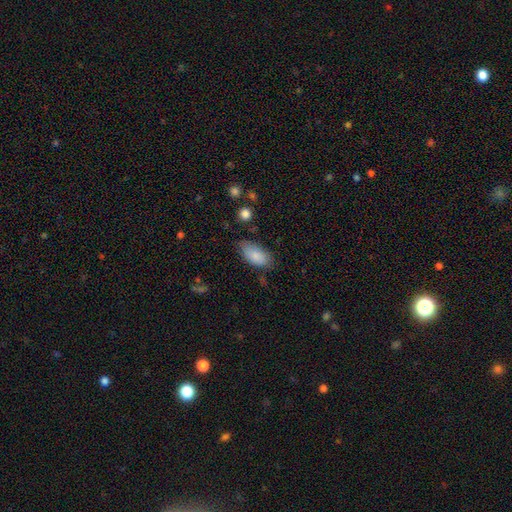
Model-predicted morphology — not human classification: A smooth galaxy with no disk features (85%) that is in between round and cigar-shaped (93%). Merging: none (70%).